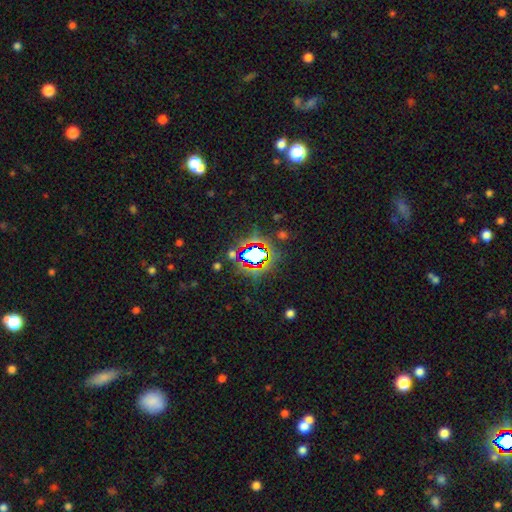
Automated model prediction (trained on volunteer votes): star or artifact 66%, smooth 22%, featured or disk 13%.